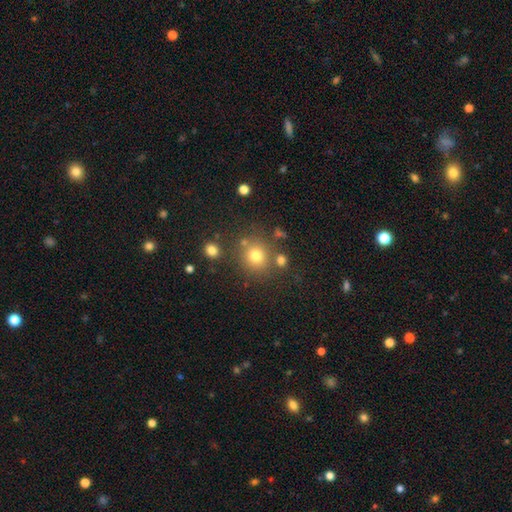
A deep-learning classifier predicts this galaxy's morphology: Smooth or featured?
  - smooth: 75% *
  - star or artifact: 16%
  - featured or disk: 9%
How rounded?
  - round: 87% *
  - in between: 12%
  - cigar-shaped: 1%
Merging?
  - none: 75% *
  - minor disturbance: 10%
  - merger: 10%
  - major disturbance: 4%